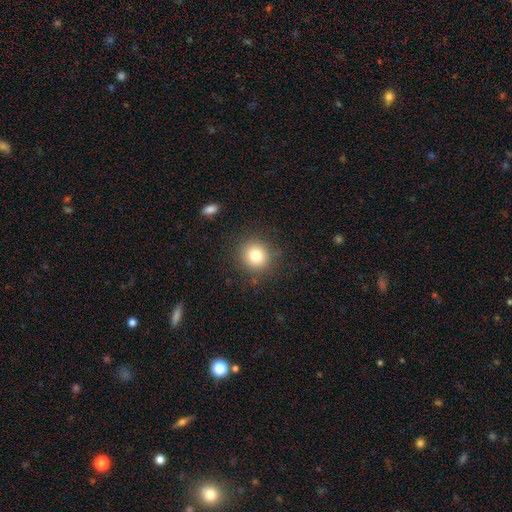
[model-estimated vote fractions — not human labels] Overall: smooth (80%). How rounded: round (90%). Merging: none (87%).